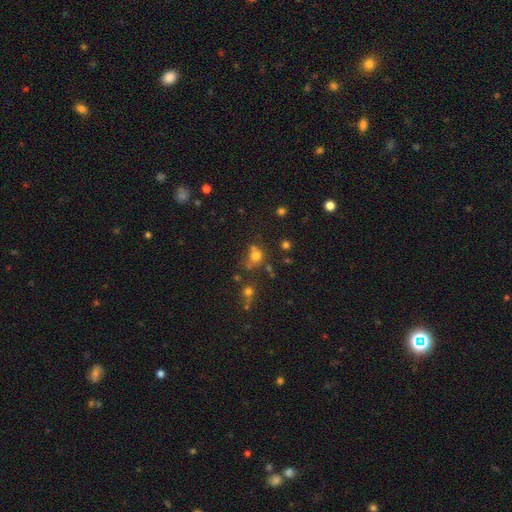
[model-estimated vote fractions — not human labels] The model was most divided on "merging": none: 44%, merger: 28%, minor disturbance: 17%, major disturbance: 11%. More confident: smooth or featured — smooth (69%); how rounded — round (68%).